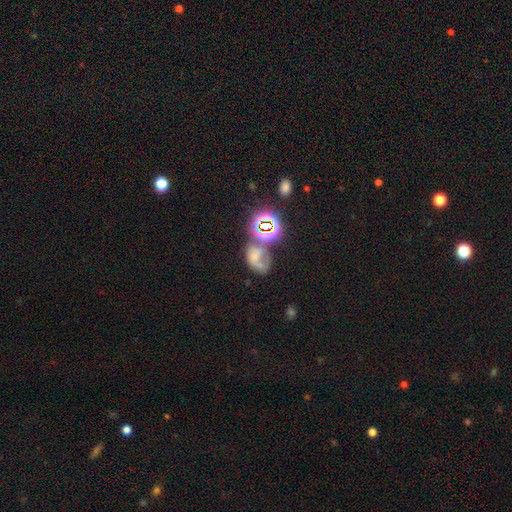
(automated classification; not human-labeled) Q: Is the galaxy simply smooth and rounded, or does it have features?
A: smooth — 42%.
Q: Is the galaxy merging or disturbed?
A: merger — 32%.